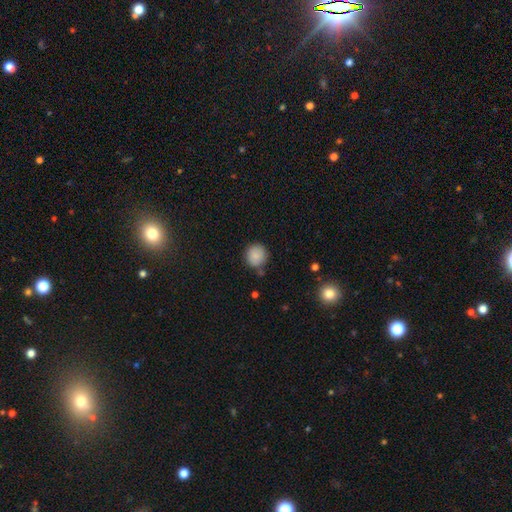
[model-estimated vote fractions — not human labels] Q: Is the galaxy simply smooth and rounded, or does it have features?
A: smooth — 86%.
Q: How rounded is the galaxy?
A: round — 91%.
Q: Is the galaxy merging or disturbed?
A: none — 79%.